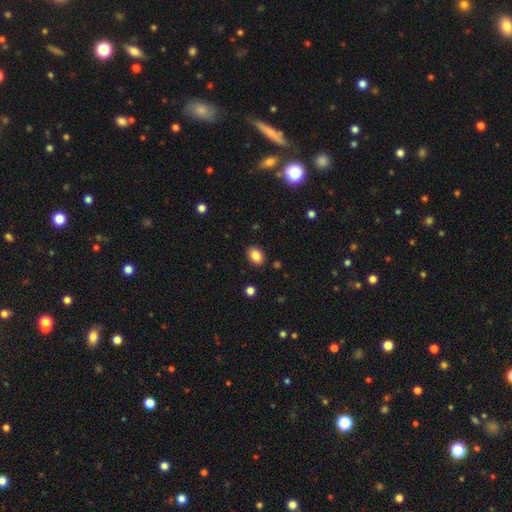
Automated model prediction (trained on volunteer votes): Overall: smooth (87%). How rounded: in between (80%). Merging: none (88%).